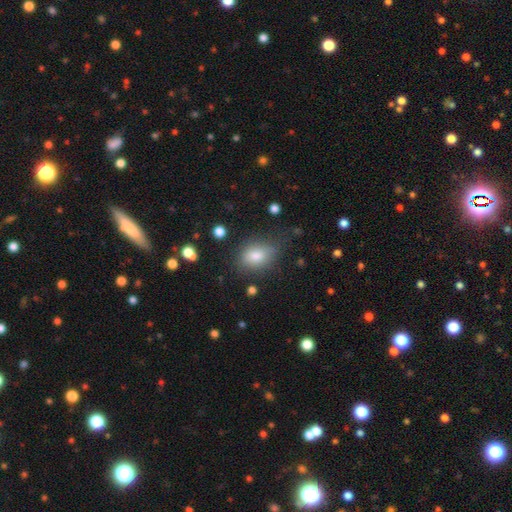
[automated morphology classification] A smooth galaxy with no disk features (78%) that is in between round and cigar-shaped (74%).

Vote fractions:
- Smooth or featured? smooth: 78% / featured or disk: 11% / star or artifact: 11%
- How rounded? in between: 74% / round: 24% / cigar-shaped: 2%
- Merging? none: 68% / minor disturbance: 23% / major disturbance: 7% / merger: 2%